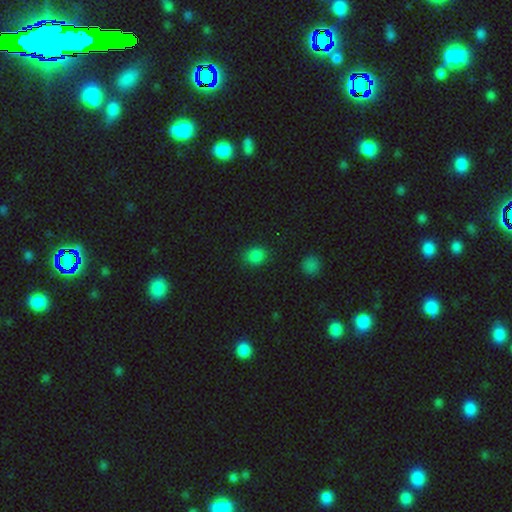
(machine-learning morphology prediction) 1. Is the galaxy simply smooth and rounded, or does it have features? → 84% smooth, 13% star or artifact, 3% featured or disk.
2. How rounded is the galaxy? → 75% round, 24% in between, 1% cigar-shaped.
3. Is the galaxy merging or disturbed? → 86% none, 9% minor disturbance, 3% major disturbance, 2% merger.